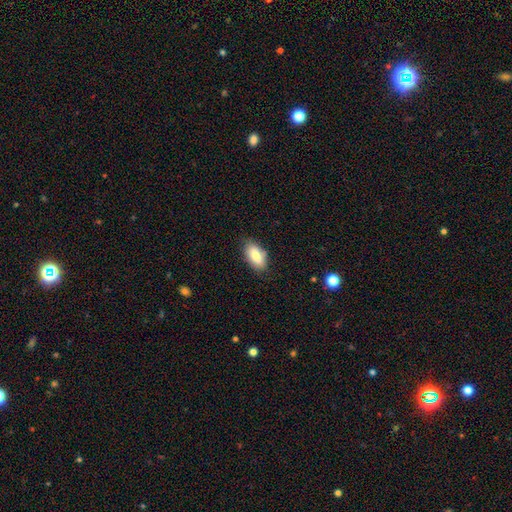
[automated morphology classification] The model was most divided on "merging": none: 80%, minor disturbance: 15%, major disturbance: 3%, merger: 1%. More confident: how rounded — in between (91%); smooth or featured — smooth (81%).